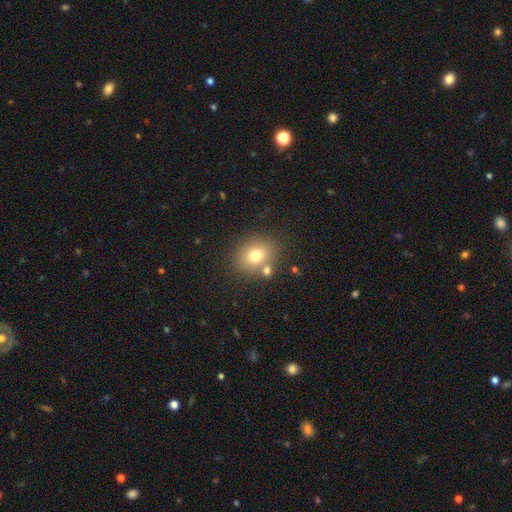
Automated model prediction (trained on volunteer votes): This is likely a smooth galaxy (75%). How rounded: likely round (61%). Merging: likely none (73%).